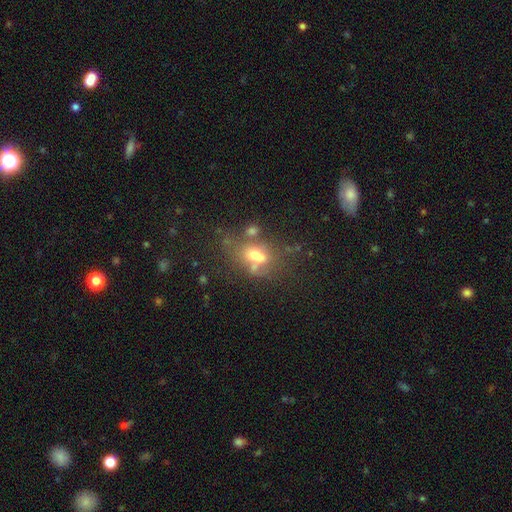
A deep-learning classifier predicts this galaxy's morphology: This appears to be a smooth galaxy with no disk features (57%) that is in between round and cigar-shaped (73%). Merging: none (41%).